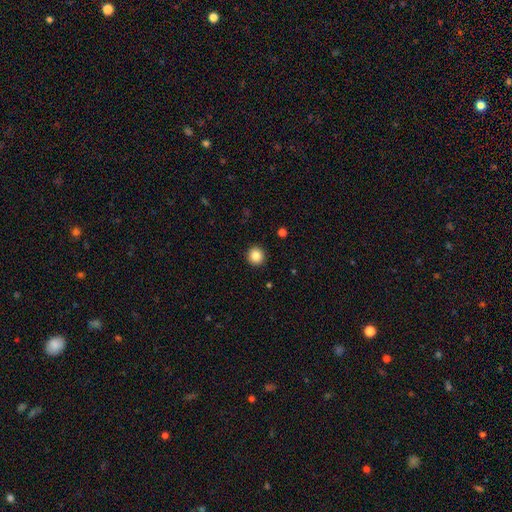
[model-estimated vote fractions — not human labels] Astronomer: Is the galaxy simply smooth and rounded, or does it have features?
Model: smooth — 85%.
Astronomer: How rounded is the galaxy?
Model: round — 93%.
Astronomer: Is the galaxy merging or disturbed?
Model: none — 93%.